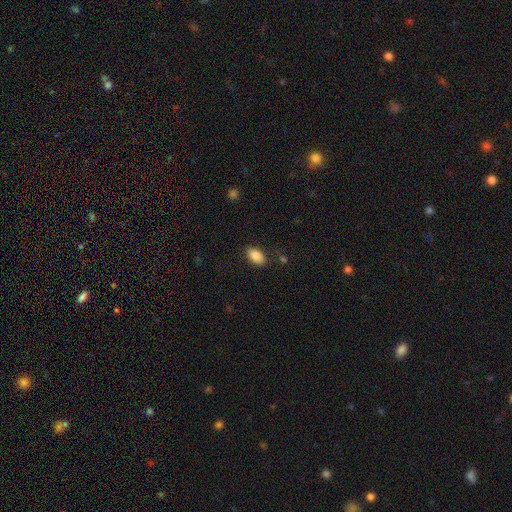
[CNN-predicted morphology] type=smooth (86%); roundness=in between (93%); merging=none (83%).